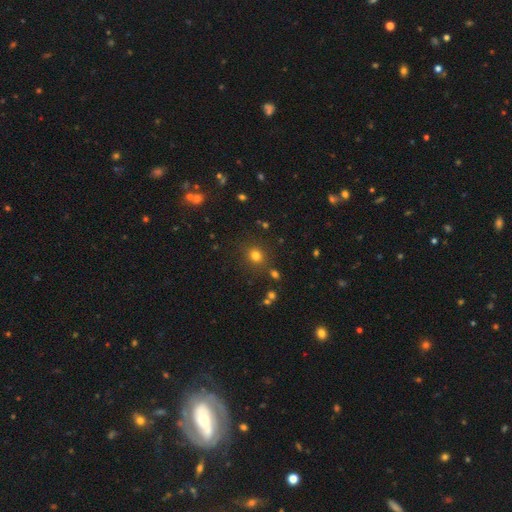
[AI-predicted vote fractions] A smooth galaxy with no disk features (76%) that is round (81%).

Vote fractions:
- Smooth or featured? smooth: 76% / star or artifact: 18% / featured or disk: 6%
- How rounded? round: 81% / in between: 18% / cigar-shaped: 1%
- Merging? none: 82% / minor disturbance: 9% / merger: 5% / major disturbance: 4%